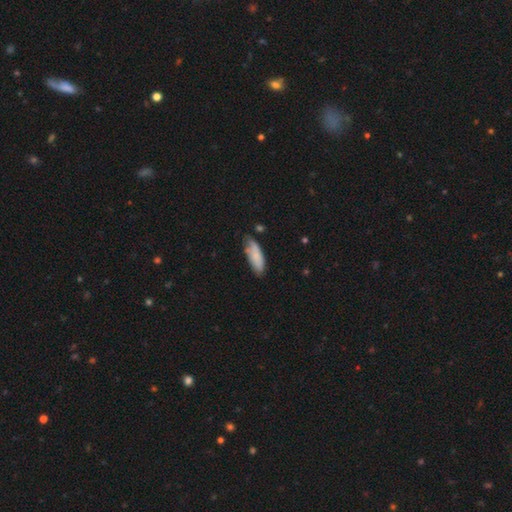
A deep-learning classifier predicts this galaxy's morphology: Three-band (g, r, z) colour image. It shows a smooth galaxy with no disk features (83%) that is in between round and cigar-shaped (65%). Merging: none (66%).